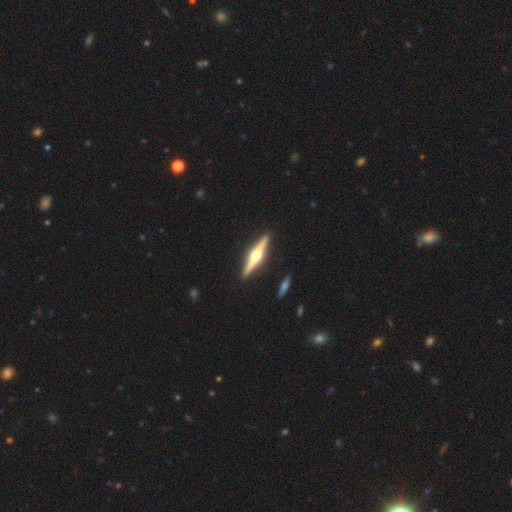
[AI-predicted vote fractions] Smooth or featured: featured or disk — 81% (smooth — 14%)
Edge-on disk: yes — 98% (no — 2%)
Edge-on bulge: rounded — 92% (boxy — 6%)
Merging: none — 92% (minor disturbance — 6%)